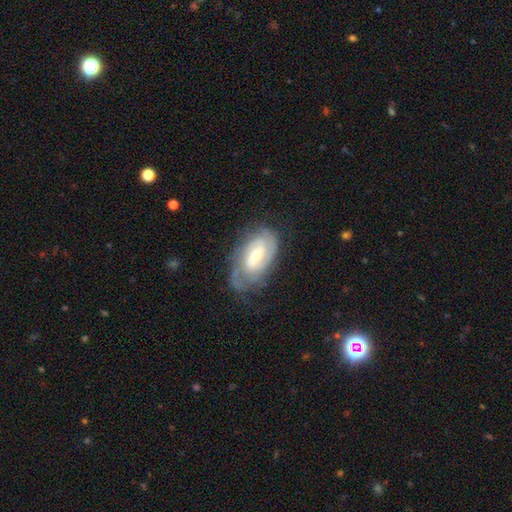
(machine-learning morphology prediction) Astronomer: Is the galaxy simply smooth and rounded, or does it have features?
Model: featured or disk — 82%.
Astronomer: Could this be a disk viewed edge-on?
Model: no — 96%.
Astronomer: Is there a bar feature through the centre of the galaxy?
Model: weak — 51% (runner-up: no, 29%).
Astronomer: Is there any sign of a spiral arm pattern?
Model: yes — 94%.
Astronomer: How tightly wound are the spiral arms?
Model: tight — 61%.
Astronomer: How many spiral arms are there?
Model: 2 — 54%.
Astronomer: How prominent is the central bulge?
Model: moderate — 47% (runner-up: small, 44%).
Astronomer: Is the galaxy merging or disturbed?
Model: none — 67%.